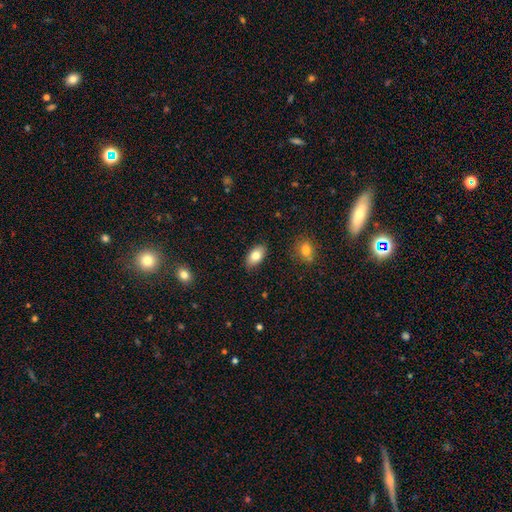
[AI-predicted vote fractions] The model was most divided on "smooth or featured": smooth: 80%, featured or disk: 13%, star or artifact: 7%. More confident: how rounded — in between (93%); merging — none (87%).